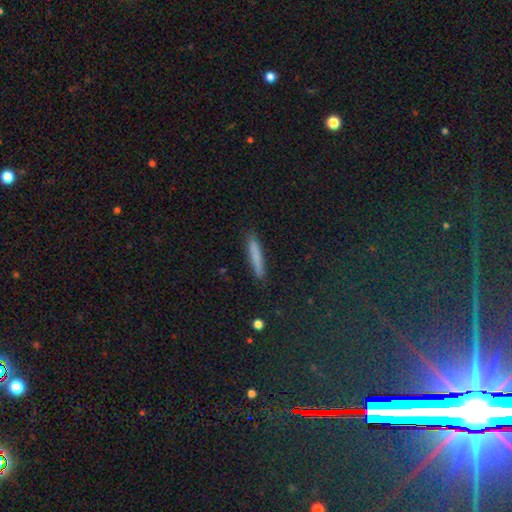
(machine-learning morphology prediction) Smooth or featured?
  - smooth: 77% *
  - featured or disk: 15%
  - star or artifact: 8%
How rounded?
  - cigar-shaped: 94% *
  - in between: 5%
  - round: 1%
Merging?
  - none: 88% *
  - minor disturbance: 9%
  - major disturbance: 2%
  - merger: 1%